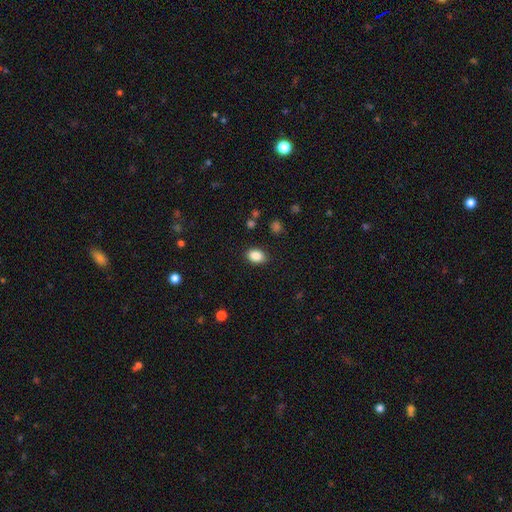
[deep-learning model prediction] smooth-or-featured: smooth: 87% | star or artifact: 8% | featured or disk: 4%
  how-rounded: in between: 80% | round: 19% | cigar-shaped: 1%
  merging: none: 87% | minor disturbance: 9% | major disturbance: 2% | merger: 1%